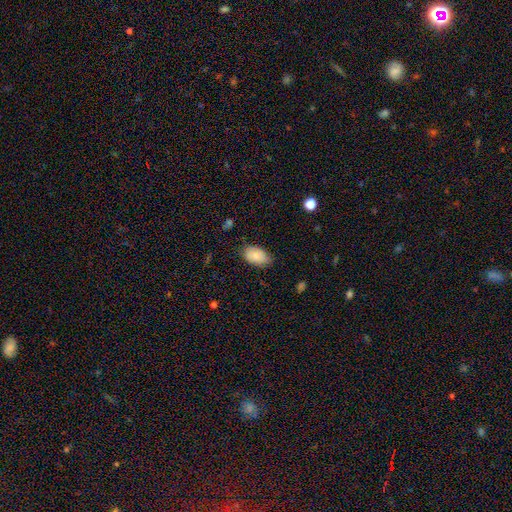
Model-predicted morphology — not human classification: type=smooth (83%); roundness=in between (93%); merging=none (73%).